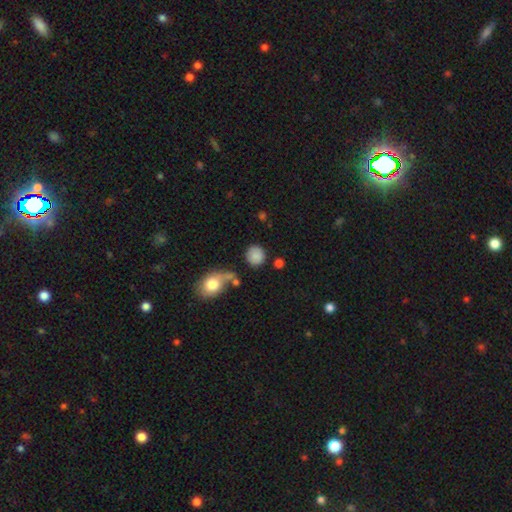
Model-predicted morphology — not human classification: Smooth or featured: smooth — 83% (star or artifact — 10%)
How rounded: round — 89% (in between — 10%)
Merging: none — 76% (minor disturbance — 12%)